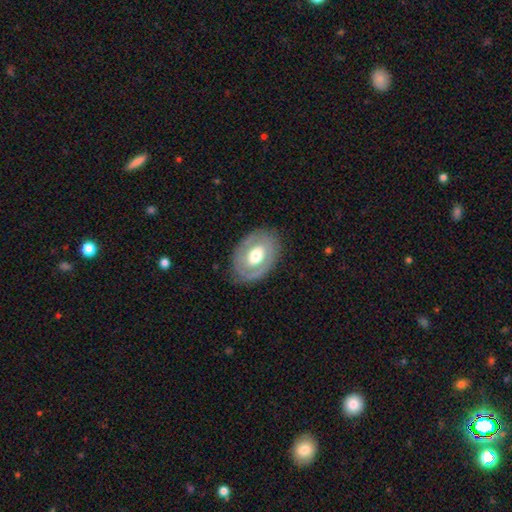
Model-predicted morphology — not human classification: featured or disk 55%, smooth 40%, star or artifact 6%. Down the decision tree: edge-on disk — no (92%); bar — no (69%); spiral arms — no (77%); bulge size — moderate (61%); merging — none (81%).